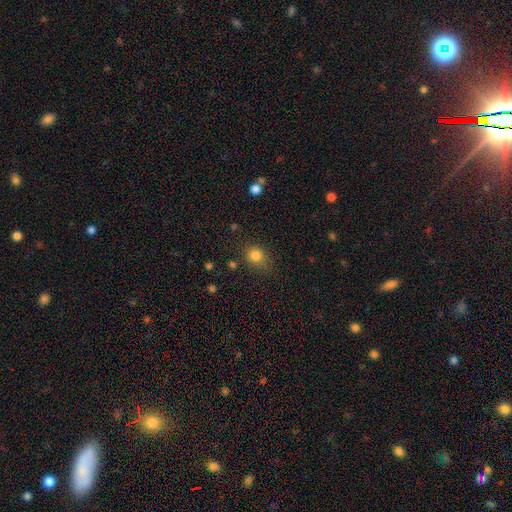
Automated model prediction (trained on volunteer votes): smooth_or_featured: smooth (p=0.81) [alt: star or artifact p=0.13]
how_rounded: round (p=0.71) [alt: in between p=0.28]
merging: none (p=0.76) [alt: minor disturbance p=0.17]